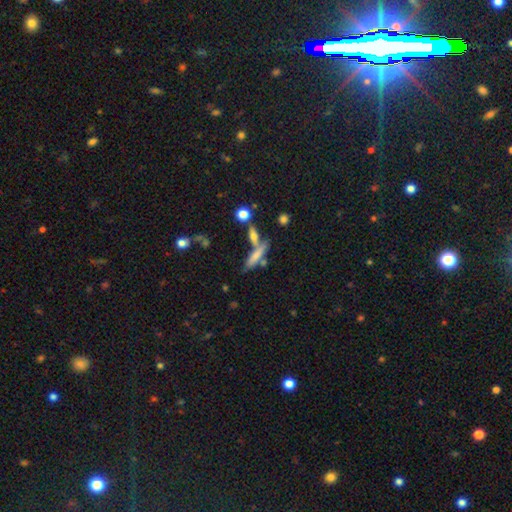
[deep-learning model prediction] Smooth or featured: smooth — 63% (featured or disk — 27%)
How rounded: cigar-shaped — 78% (in between — 18%)
Merging: none — 50% (merger — 32%)